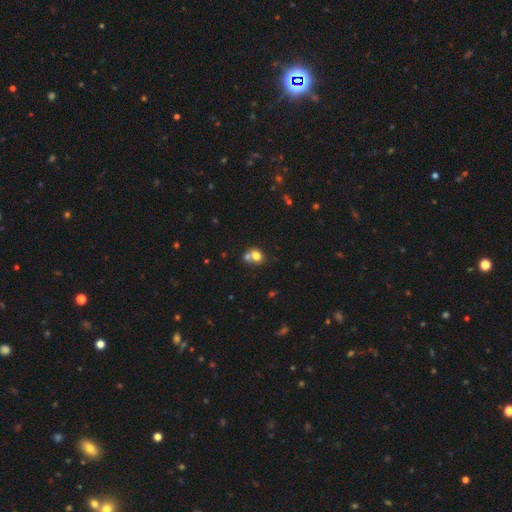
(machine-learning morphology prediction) A smooth galaxy with no disk features (75%) that is round (65%).

Vote fractions:
- Smooth or featured? smooth: 75% / featured or disk: 14% / star or artifact: 11%
- How rounded? round: 65% / in between: 34% / cigar-shaped: 1%
- Merging? merger: 49% / none: 38% / minor disturbance: 9% / major disturbance: 4%